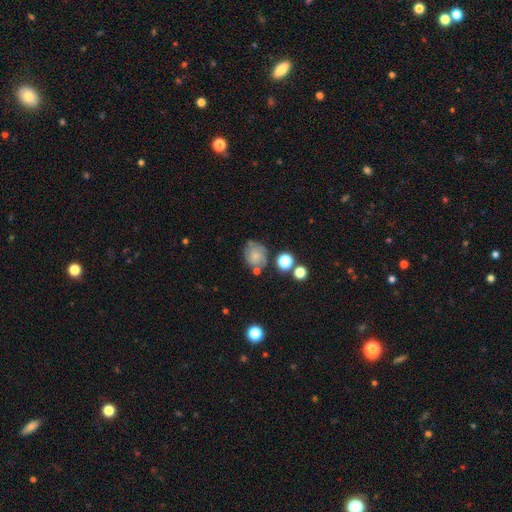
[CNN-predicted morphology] The model was most divided on "smooth or featured": smooth: 50%, featured or disk: 38%, star or artifact: 12%. More confident: how rounded — round (64%); merging — none (56%).